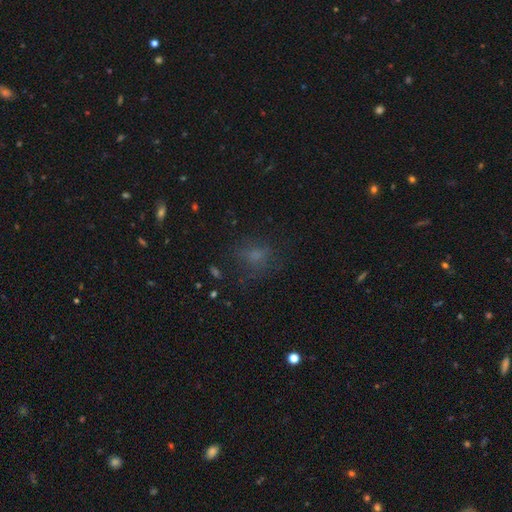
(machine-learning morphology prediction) This is possibly a smooth galaxy (58%). How rounded: possibly round (50%). Merging: likely none (64%).